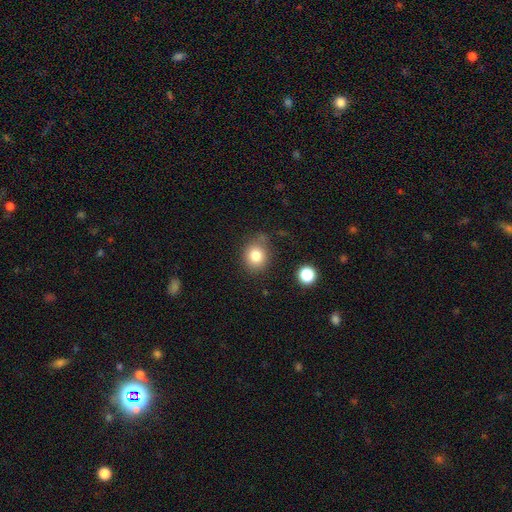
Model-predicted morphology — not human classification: Smooth or featured?
  - smooth: 81% *
  - star or artifact: 11%
  - featured or disk: 8%
How rounded?
  - round: 71% *
  - in between: 28%
  - cigar-shaped: 1%
Merging?
  - none: 73% *
  - minor disturbance: 17%
  - major disturbance: 5%
  - merger: 4%